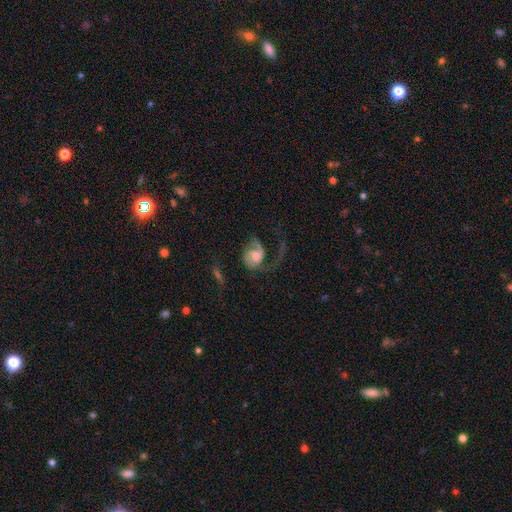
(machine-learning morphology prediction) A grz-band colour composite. It shows a featured or disk galaxy (73%) with no bar (63%), 1 (47%) loose (47%) spiral arms (91%) and a moderate central bulge (51%). Merging: major disturbance (48%).